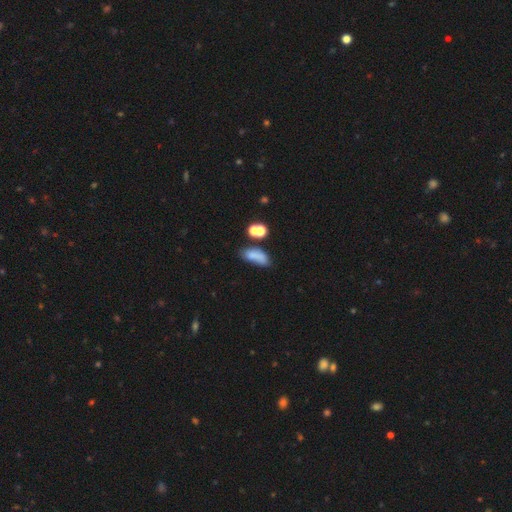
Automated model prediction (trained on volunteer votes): Smooth or featured? smooth (71%)
How rounded? in between (74%)
Merging? none (41%)